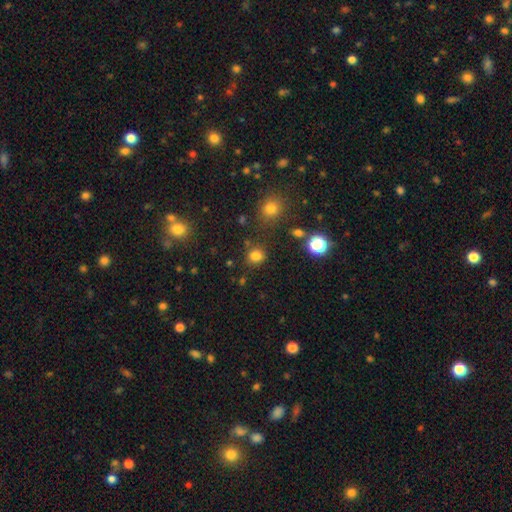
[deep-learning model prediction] smooth-or-featured: smooth: 78% | star or artifact: 17% | featured or disk: 5%
  how-rounded: round: 69% | in between: 30% | cigar-shaped: 1%
  merging: none: 79% | minor disturbance: 12% | merger: 5% | major disturbance: 4%